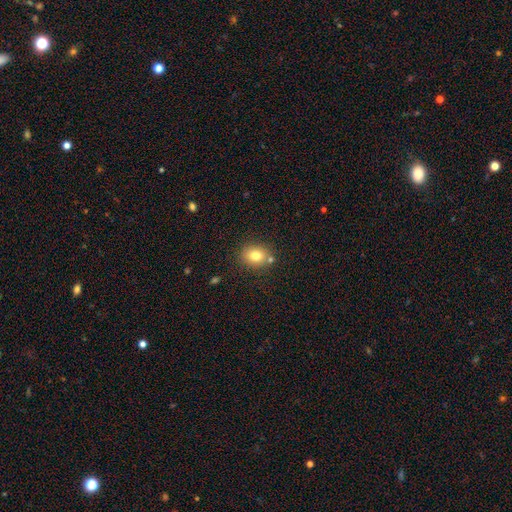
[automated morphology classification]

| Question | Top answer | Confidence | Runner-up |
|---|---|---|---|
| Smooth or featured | smooth | 78% | star or artifact (12%) |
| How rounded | round | 61% | in between (39%) |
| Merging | none | 77% | minor disturbance (11%) |